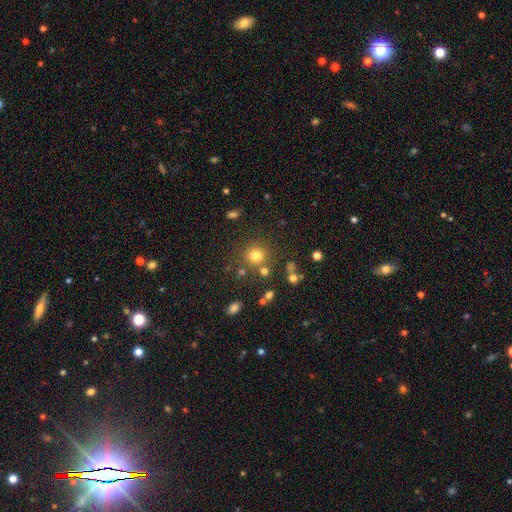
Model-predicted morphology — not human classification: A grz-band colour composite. It shows a smooth galaxy with no disk features (76%) that is round (91%). Merging: none (79%).